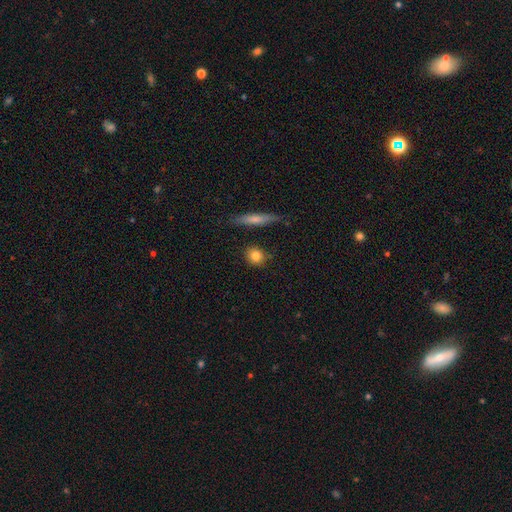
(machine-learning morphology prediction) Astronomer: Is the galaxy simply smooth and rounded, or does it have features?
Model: smooth — 81%.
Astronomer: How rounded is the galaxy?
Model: round — 77%.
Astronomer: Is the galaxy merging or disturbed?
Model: none — 84%.